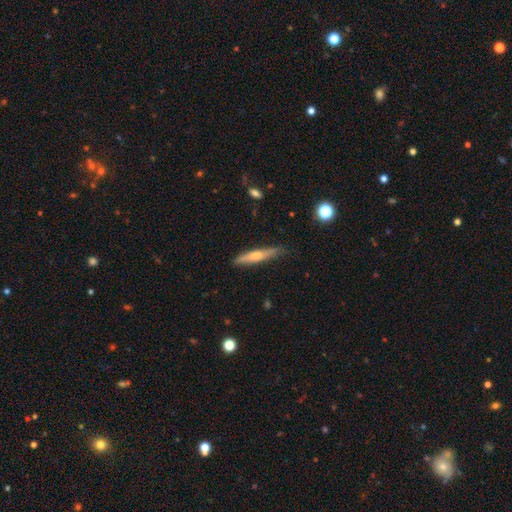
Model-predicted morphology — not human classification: A smooth galaxy with no disk features (55%) that is cigar-shaped (90%).

Vote fractions:
- Smooth or featured? smooth: 55% / featured or disk: 39% / star or artifact: 6%
- How rounded? cigar-shaped: 90% / in between: 8% / round: 2%
- Merging? none: 81% / minor disturbance: 15% / major disturbance: 2% / merger: 2%